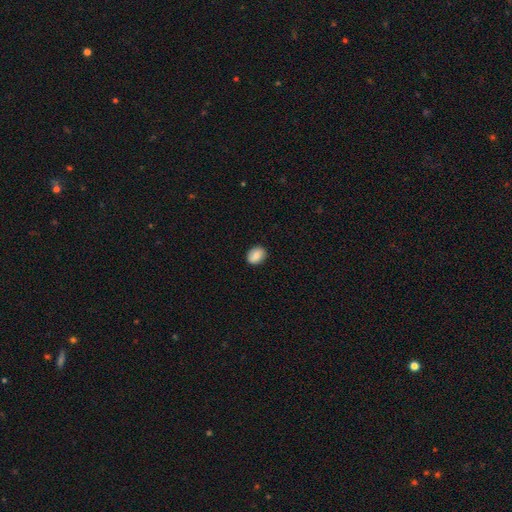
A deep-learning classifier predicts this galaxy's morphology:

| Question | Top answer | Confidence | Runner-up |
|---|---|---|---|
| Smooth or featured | smooth | 86% | star or artifact (7%) |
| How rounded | in between | 61% | round (38%) |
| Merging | none | 87% | minor disturbance (10%) |